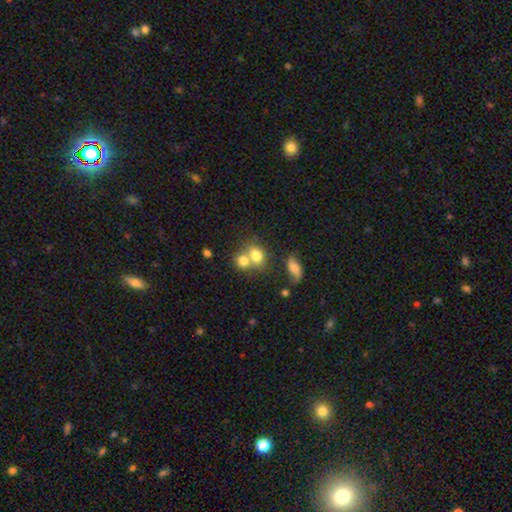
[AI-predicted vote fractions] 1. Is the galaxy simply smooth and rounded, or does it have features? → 74% smooth, 16% featured or disk, 10% star or artifact.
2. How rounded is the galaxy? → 59% round, 40% in between, 1% cigar-shaped.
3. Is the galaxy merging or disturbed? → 53% merger, 34% none, 9% minor disturbance, 5% major disturbance.